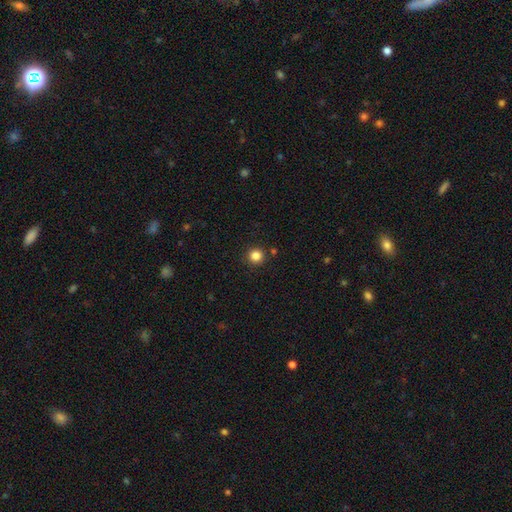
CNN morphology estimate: This appears to be a smooth galaxy with no disk features (85%) that is round (95%). Merging: none (90%).